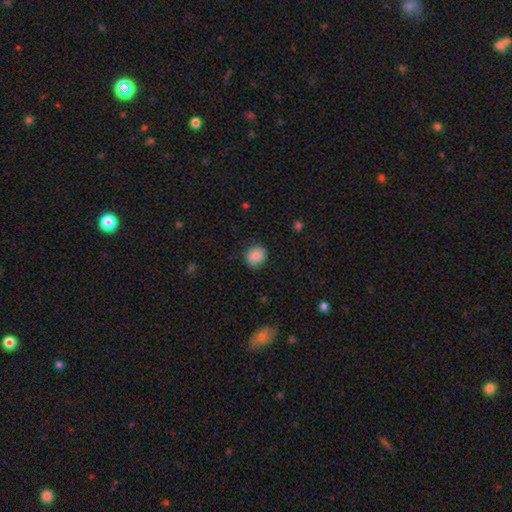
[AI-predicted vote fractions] smooth-or-featured: smooth: 86% | star or artifact: 9% | featured or disk: 5%
  how-rounded: round: 75% | in between: 24% | cigar-shaped: 1%
  merging: none: 80% | minor disturbance: 15% | major disturbance: 3% | merger: 1%